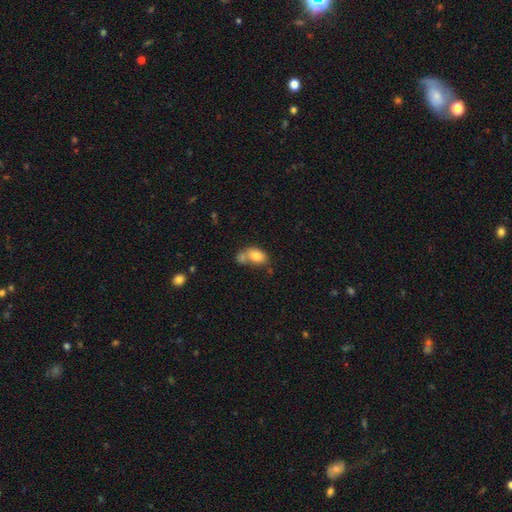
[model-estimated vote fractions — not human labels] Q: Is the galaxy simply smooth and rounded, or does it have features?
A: smooth — 79%.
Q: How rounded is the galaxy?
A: in between — 86%.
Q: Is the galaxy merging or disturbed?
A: merger — 49%.